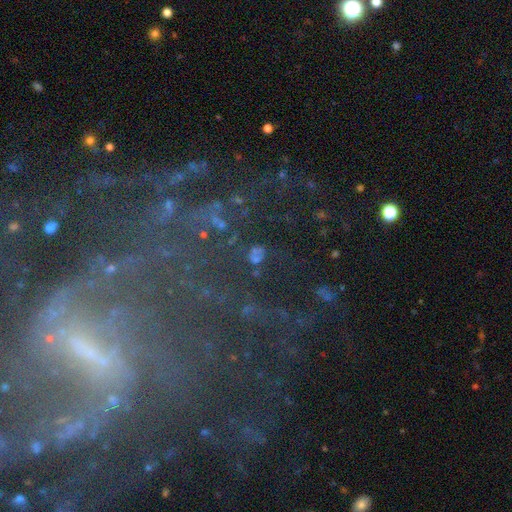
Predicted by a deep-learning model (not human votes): Morphology: type=featured or disk (44%); merging=none (65%).